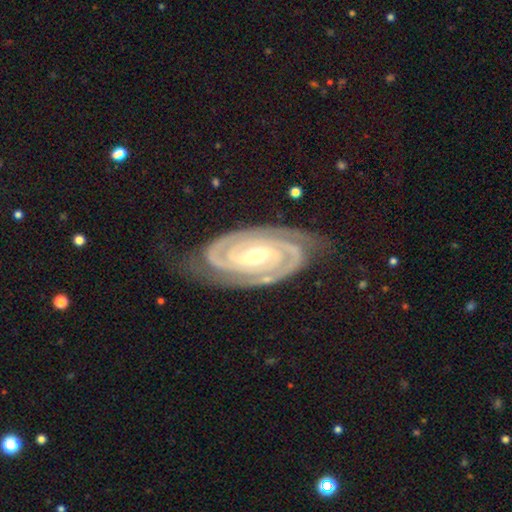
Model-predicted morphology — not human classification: smooth-or-featured: featured or disk: 93% | star or artifact: 4% | smooth: 3%
  disk-edge-on: no: 97% | yes: 3%
    bar: strong: 35% | no: 33% | weak: 32%
    has-spiral-arms: yes: 99% | no: 1%
      spiral-winding: tight: 82% | medium: 16% | loose: 2%
      spiral-arm-count: 2: 85% | 3: 6% | can't tell: 3% | 4: 2% | 1: 2% | more than 4: 2%
    bulge-size: moderate: 55% | small: 41% | large: 2% | none: 1% | dominant: 1%
  merging: none: 80% | minor disturbance: 14% | major disturbance: 4% | merger: 1%